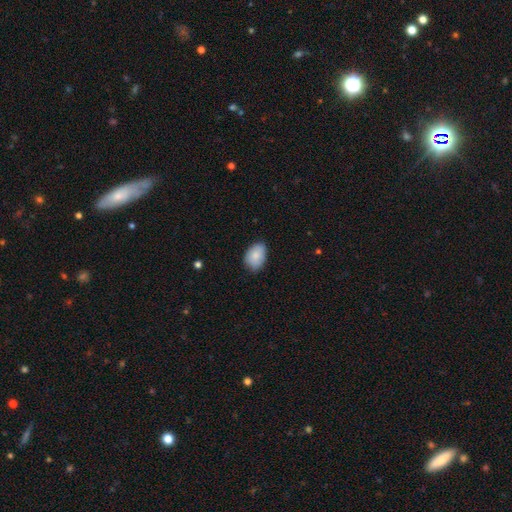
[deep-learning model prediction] A smooth galaxy with no disk features (85%) that is in between round and cigar-shaped (84%). Merging: none (74%).